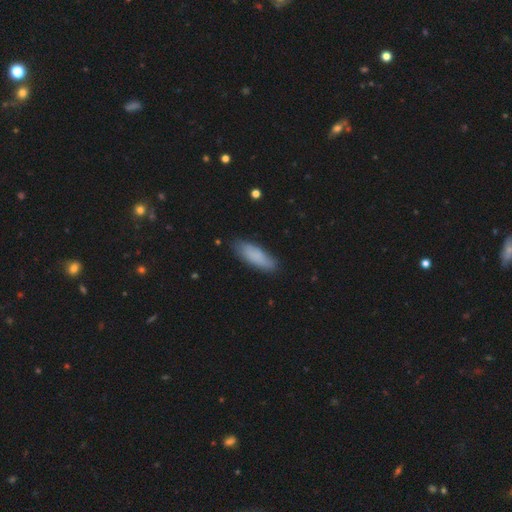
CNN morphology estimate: Smooth or featured? Predicted: smooth (p=0.83). How rounded? Predicted: in between (p=0.57). Merging? Predicted: none (p=0.81).